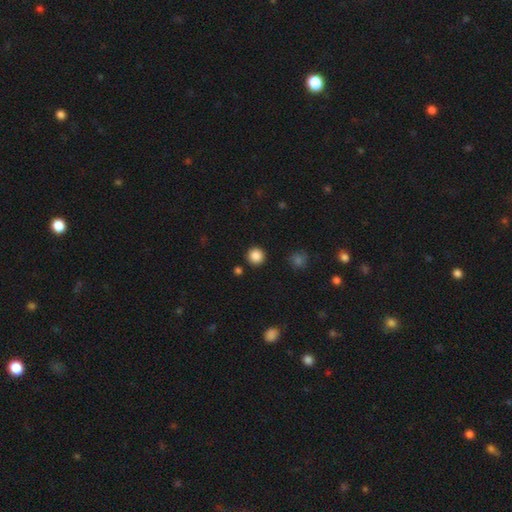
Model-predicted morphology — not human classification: smooth_or_featured: smooth (p=0.86) [alt: star or artifact p=0.10]
how_rounded: round (p=0.95) [alt: in between p=0.04]
merging: none (p=0.91) [alt: minor disturbance p=0.05]